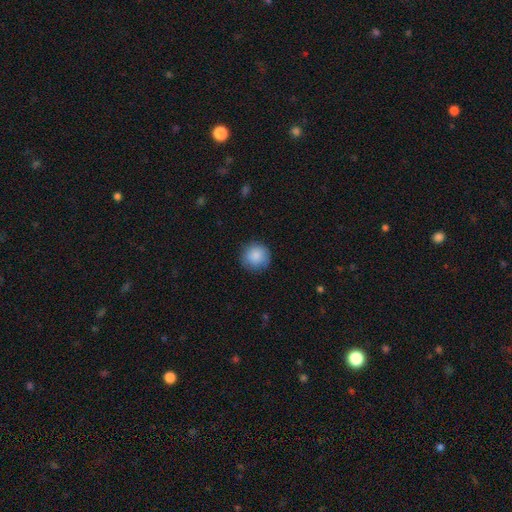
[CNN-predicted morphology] type=smooth (88%); roundness=round (94%); merging=none (86%).